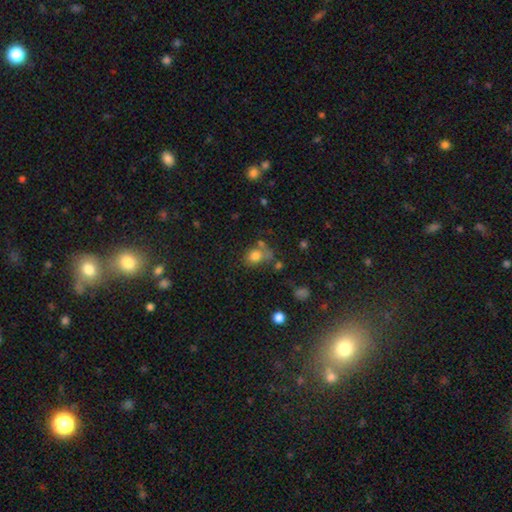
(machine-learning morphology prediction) smooth-or-featured: smooth: 77% | star or artifact: 12% | featured or disk: 11%
  how-rounded: round: 52% | in between: 47% | cigar-shaped: 1%
  merging: none: 47% | merger: 21% | minor disturbance: 20% | major disturbance: 12%